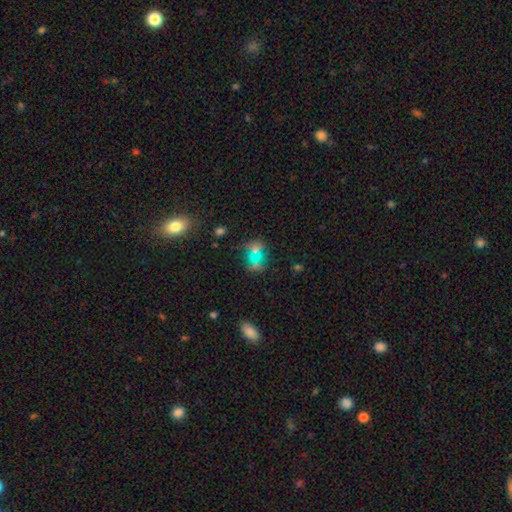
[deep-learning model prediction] This appears to be a smooth galaxy with no disk features (52%) that is round (67%). Merging: none (65%).